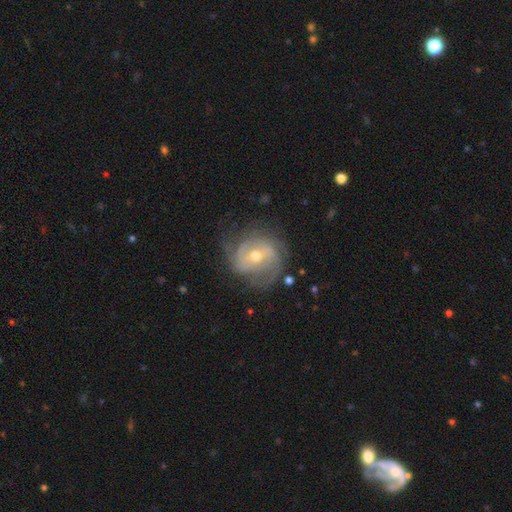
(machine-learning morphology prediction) Smooth or featured: featured or disk — 80% (smooth — 13%)
Edge-on disk: no — 97% (yes — 3%)
Bar: weak — 42% (no — 41%)
Spiral arms: yes — 88% (no — 12%)
Spiral winding: tight — 46% (medium — 38%)
Spiral arm count: 2 — 43% (can't tell — 29%)
Bulge size: moderate — 60% (small — 36%)
Merging: none — 64% (minor disturbance — 22%)